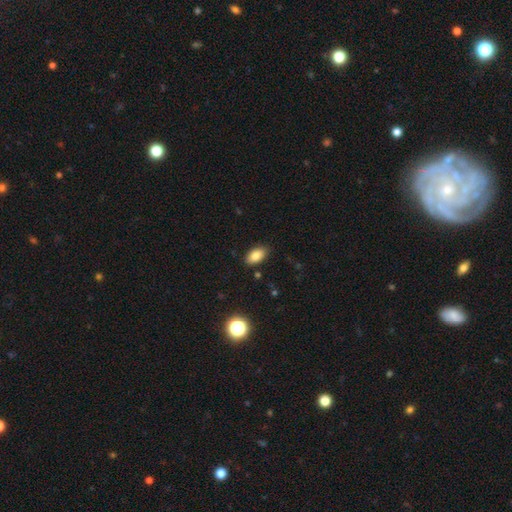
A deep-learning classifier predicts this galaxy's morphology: Smooth or featured? Predicted: smooth (p=0.84). How rounded? Predicted: in between (p=0.92). Merging? Predicted: none (p=0.86).